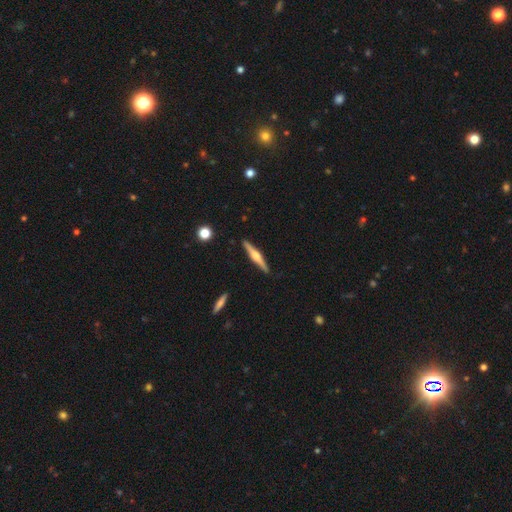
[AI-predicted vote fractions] Smooth or featured? Predicted: featured or disk (p=0.74). Edge-on disk? Predicted: yes (p=0.98). Edge-on bulge? Predicted: rounded (p=0.84). Merging? Predicted: none (p=0.91).